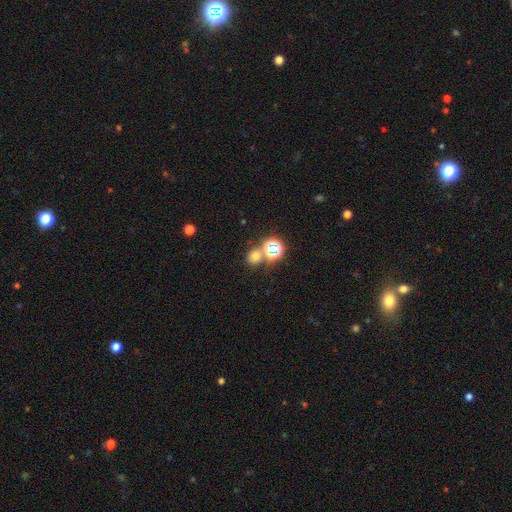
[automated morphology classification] Overall: smooth (62%; star or artifact 29%). How rounded: round (76%). Merging: none (64%).